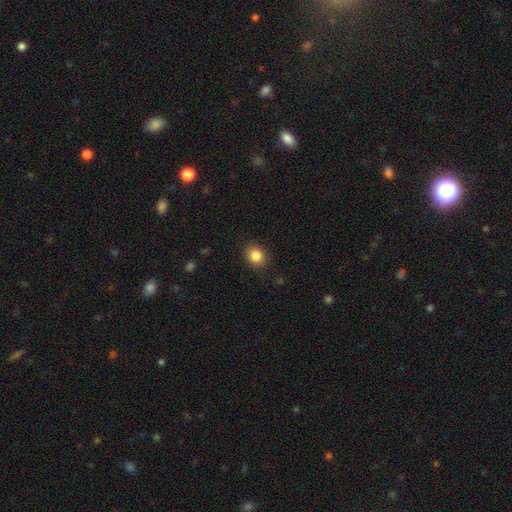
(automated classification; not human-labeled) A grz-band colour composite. It shows a smooth galaxy with no disk features (85%) that is round (65%). Merging: none (88%).